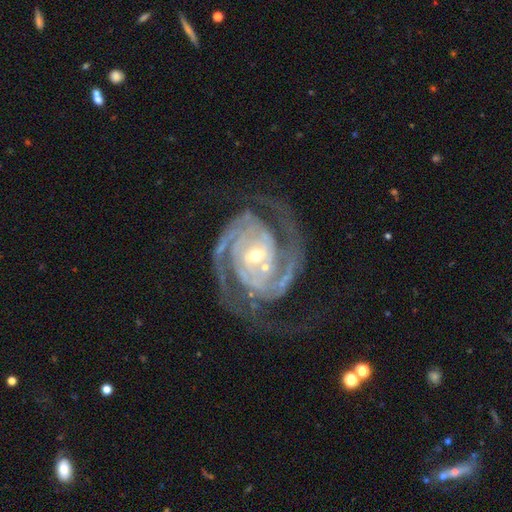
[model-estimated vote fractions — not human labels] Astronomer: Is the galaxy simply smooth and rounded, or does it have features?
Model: featured or disk — 93%.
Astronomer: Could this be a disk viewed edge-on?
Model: no — 98%.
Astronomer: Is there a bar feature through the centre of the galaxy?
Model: no — 44% (runner-up: weak, 36%).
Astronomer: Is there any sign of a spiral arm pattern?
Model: yes — 98%.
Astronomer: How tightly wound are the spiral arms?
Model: tight — 55% (runner-up: medium, 38%).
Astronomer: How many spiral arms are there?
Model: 2 — 72%.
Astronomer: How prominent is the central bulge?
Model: small — 60% (runner-up: moderate, 36%).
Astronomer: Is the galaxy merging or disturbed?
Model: none — 66%.